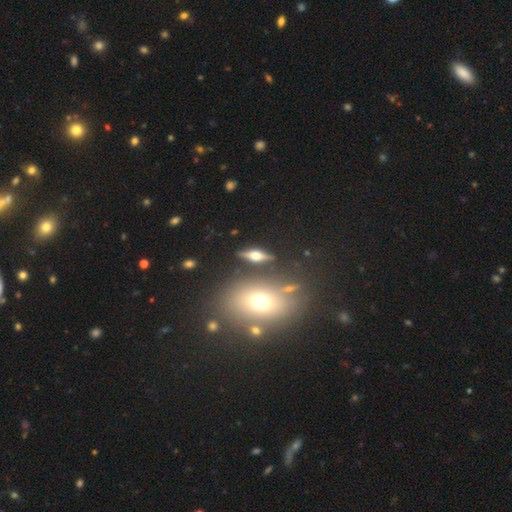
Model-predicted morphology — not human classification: Smooth or featured? Predicted: featured or disk (p=0.67). Edge-on disk? Predicted: yes (p=0.92). Edge-on bulge? Predicted: rounded (p=0.95). Merging? Predicted: none (p=0.85).